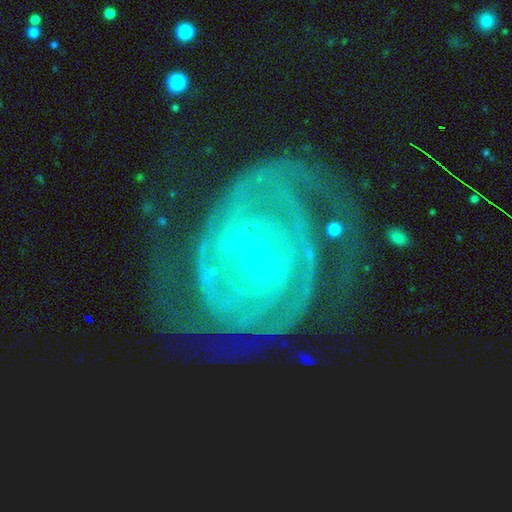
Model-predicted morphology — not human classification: Smooth or featured: featured or disk — 88% (star or artifact — 7%)
Edge-on disk: no — 97% (yes — 3%)
Bar: weak — 39% (no — 33%)
Spiral arms: yes — 96% (no — 4%)
Spiral winding: tight — 66% (medium — 26%)
Spiral arm count: 2 — 38% (can't tell — 25%)
Bulge size: small — 78% (moderate — 18%)
Merging: none — 63% (minor disturbance — 18%)